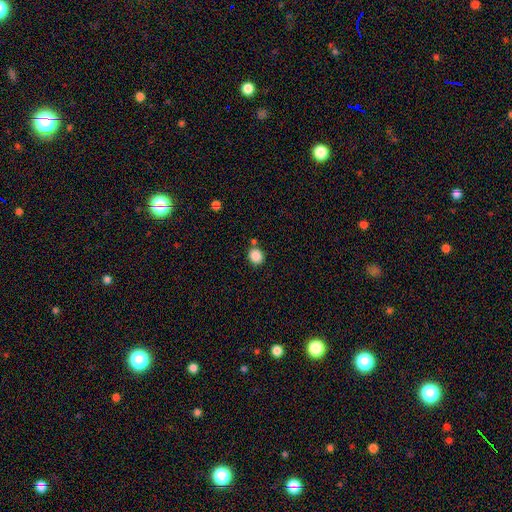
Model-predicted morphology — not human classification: smooth-or-featured: smooth: 87% | star or artifact: 10% | featured or disk: 4%
  how-rounded: round: 84% | in between: 15% | cigar-shaped: 1%
  merging: none: 76% | merger: 11% | minor disturbance: 10% | major disturbance: 3%